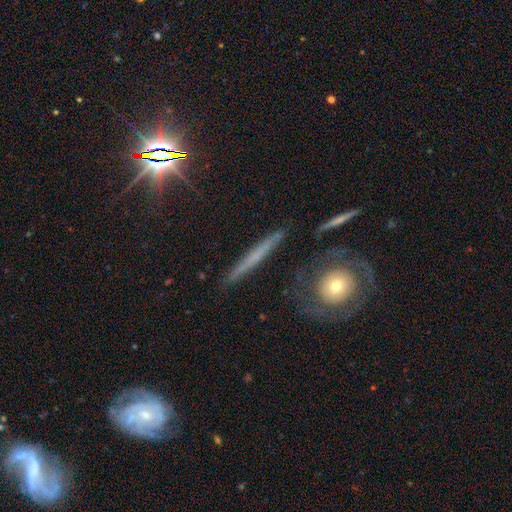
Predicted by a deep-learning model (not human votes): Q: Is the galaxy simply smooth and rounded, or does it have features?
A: featured or disk — 49%.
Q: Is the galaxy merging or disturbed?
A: none — 86%.